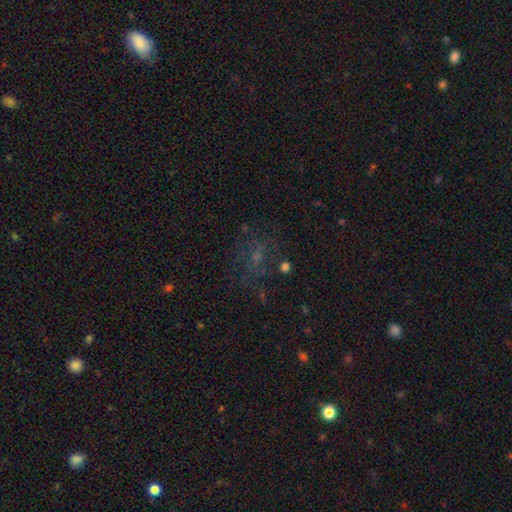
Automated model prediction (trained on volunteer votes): A star or artifact, not a galaxy (40%).